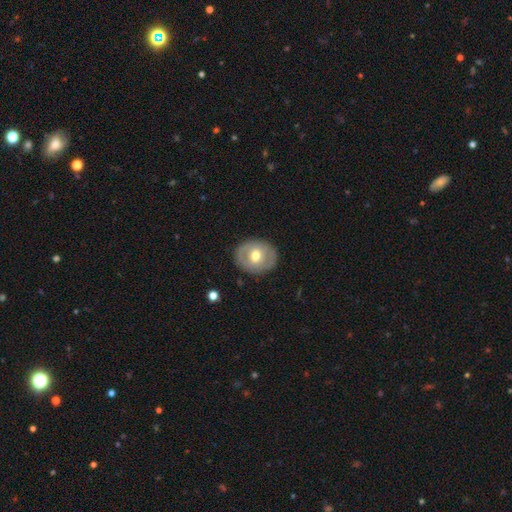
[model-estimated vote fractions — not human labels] Smooth or featured? featured or disk (52%)
Edge-on disk? no (94%)
Merging? none (83%)